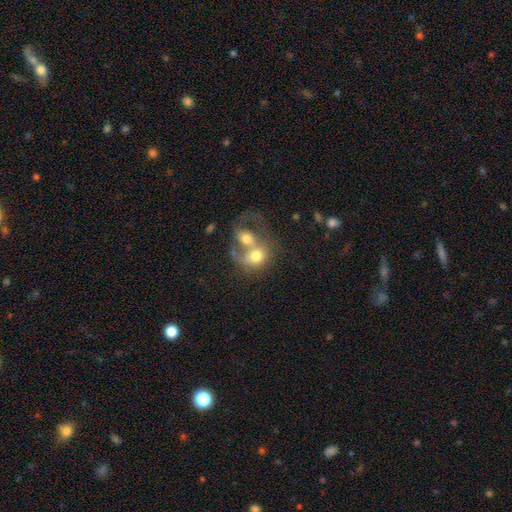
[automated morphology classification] Smooth or featured? Predicted: smooth (p=0.54). How rounded? Predicted: round (p=0.54). Merging? Predicted: merger (p=0.75).